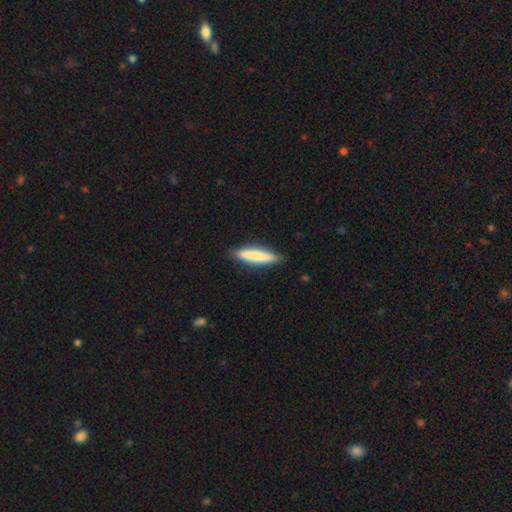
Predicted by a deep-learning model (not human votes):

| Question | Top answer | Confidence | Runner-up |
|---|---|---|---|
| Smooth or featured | smooth | 76% | featured or disk (18%) |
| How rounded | cigar-shaped | 86% | in between (13%) |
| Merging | none | 89% | minor disturbance (8%) |